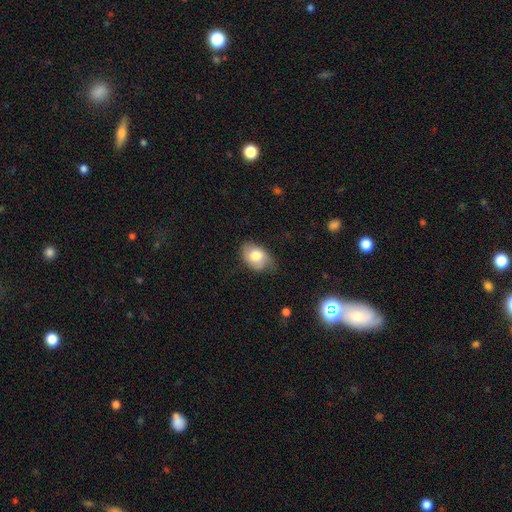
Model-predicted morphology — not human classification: smooth_or_featured: smooth (p=0.74) [alt: featured or disk p=0.19]
how_rounded: in between (p=0.83) [alt: round p=0.16]
merging: none (p=0.59) [alt: minor disturbance p=0.32]